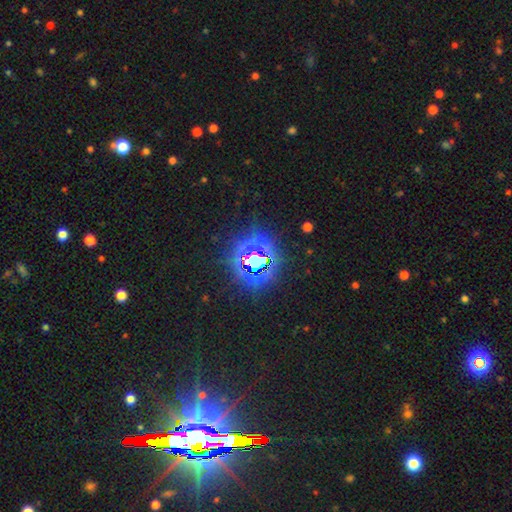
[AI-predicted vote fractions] Q: Smooth or featured?
A: star or artifact (81%); runner-up: smooth (12%)